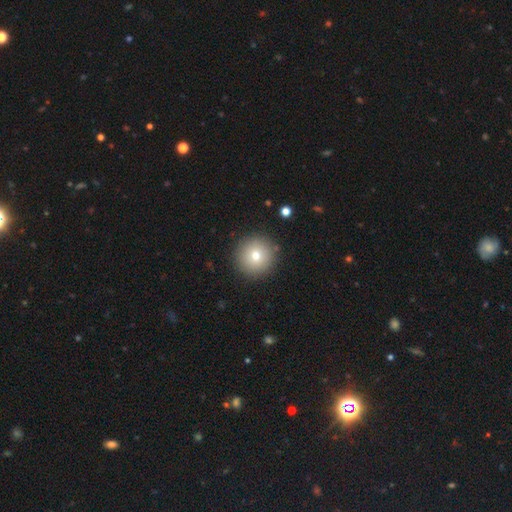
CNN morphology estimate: smooth_or_featured: smooth (p=0.75) [alt: featured or disk p=0.13]
how_rounded: round (p=0.95) [alt: in between p=0.04]
merging: none (p=0.89) [alt: minor disturbance p=0.07]